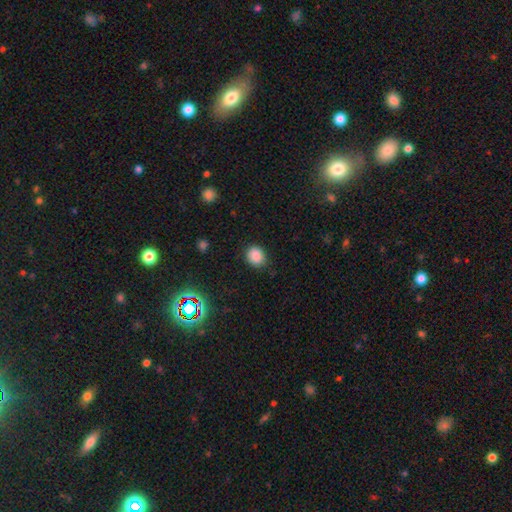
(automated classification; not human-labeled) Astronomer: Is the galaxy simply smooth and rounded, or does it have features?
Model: smooth — 85%.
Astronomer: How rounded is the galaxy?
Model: round — 60% (runner-up: in between, 39%).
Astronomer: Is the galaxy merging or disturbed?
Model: none — 83%.